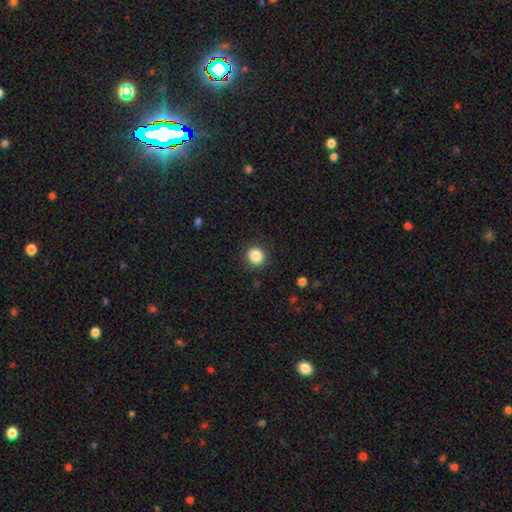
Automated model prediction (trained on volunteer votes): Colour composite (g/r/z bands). It shows a smooth galaxy with no disk features (86%) that is round (87%). Merging: none (89%).